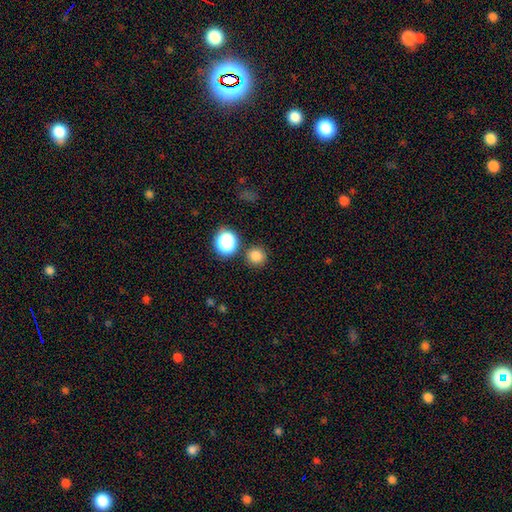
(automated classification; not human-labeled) Smooth or featured? smooth (80%)
How rounded? round (92%)
Merging? none (84%)